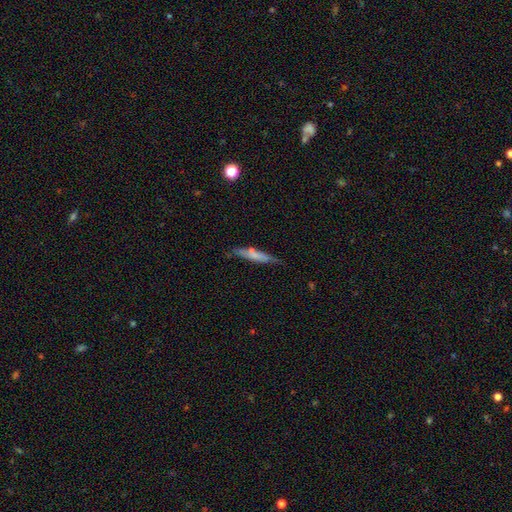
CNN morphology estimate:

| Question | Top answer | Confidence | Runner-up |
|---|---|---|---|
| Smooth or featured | smooth | 59% | featured or disk (34%) |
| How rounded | cigar-shaped | 88% | in between (10%) |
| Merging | none | 69% | minor disturbance (21%) |